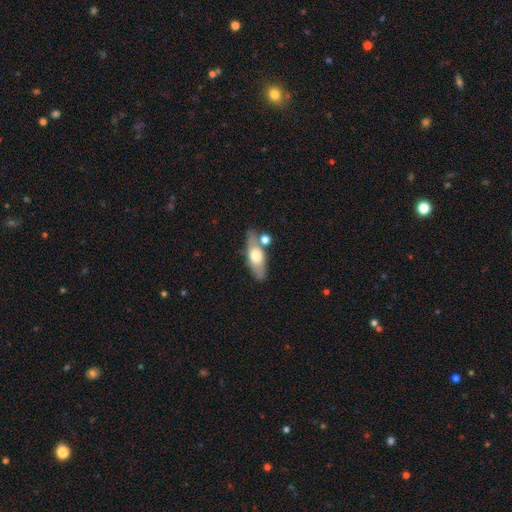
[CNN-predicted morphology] Smooth or featured? smooth (55%)
How rounded? in between (61%)
Merging? none (65%)